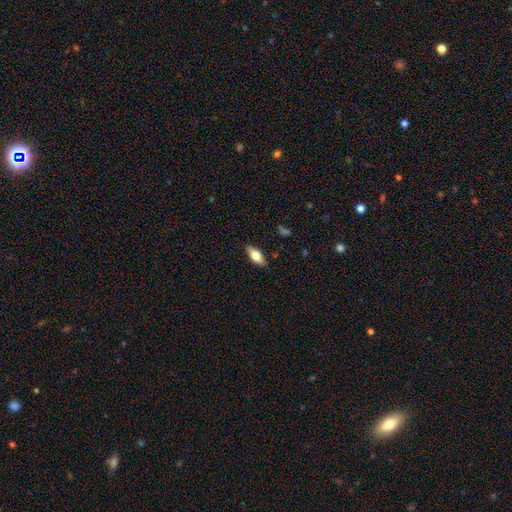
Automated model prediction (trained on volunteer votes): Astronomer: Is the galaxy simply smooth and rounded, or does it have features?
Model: smooth — 74%.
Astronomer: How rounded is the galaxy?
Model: in between — 80%.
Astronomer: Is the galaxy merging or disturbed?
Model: none — 87%.